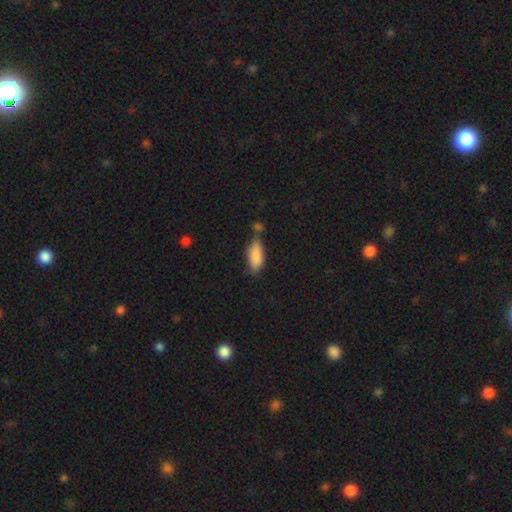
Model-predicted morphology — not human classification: This appears to be a smooth galaxy with no disk features (85%) that is in between round and cigar-shaped (80%). Merging: none (56%).